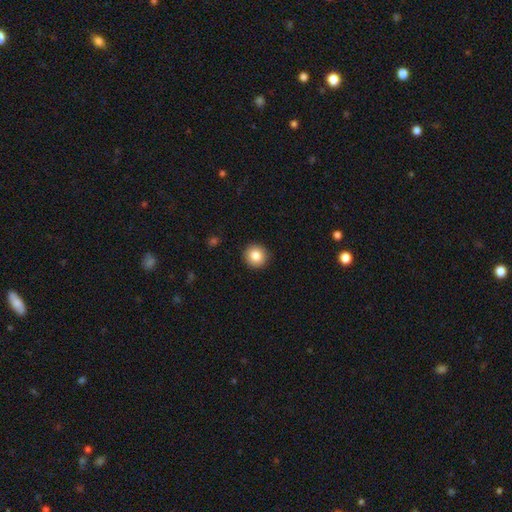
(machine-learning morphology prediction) Smooth or featured? Predicted: smooth (p=0.84). How rounded? Predicted: round (p=0.94). Merging? Predicted: none (p=0.92).